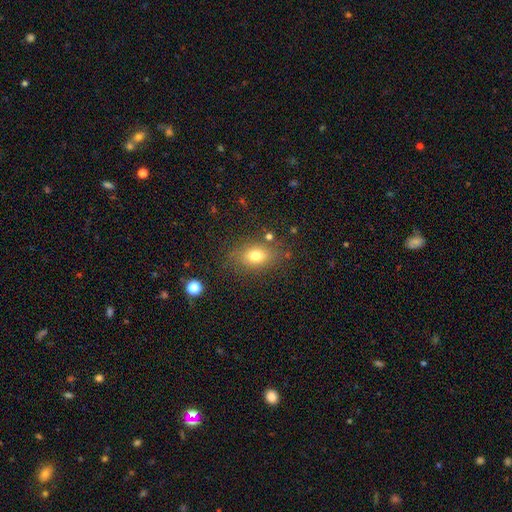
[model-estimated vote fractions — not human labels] Smooth or featured? Predicted: smooth (p=0.76). How rounded? Predicted: in between (p=0.75). Merging? Predicted: none (p=0.78).